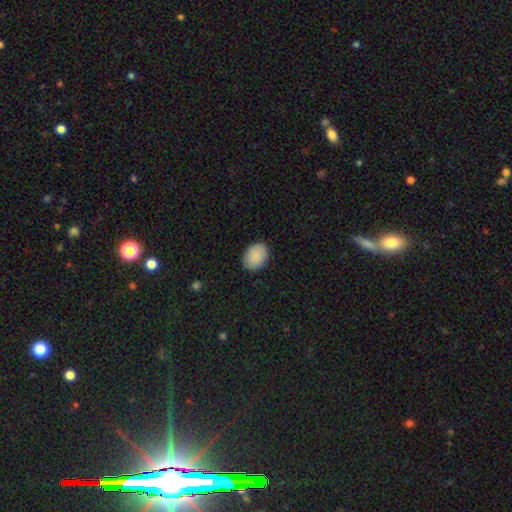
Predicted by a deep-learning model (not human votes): This appears to be a smooth galaxy with no disk features (90%) that is in between round and cigar-shaped (73%). Merging: none (88%).